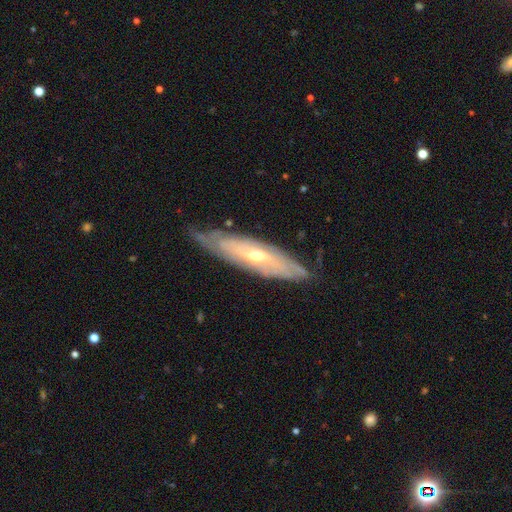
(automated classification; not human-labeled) Smooth or featured? featured or disk (77%)
Edge-on disk? no (60%)
Merging? none (72%)